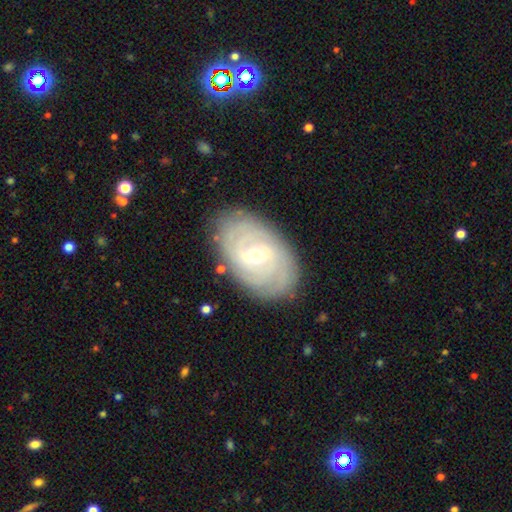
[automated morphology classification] Smooth or featured: featured or disk — 82% (smooth — 13%)
Edge-on disk: no — 95% (yes — 5%)
Bar: weak — 57% (no — 24%)
Spiral arms: yes — 92% (no — 8%)
Spiral winding: tight — 76% (medium — 19%)
Spiral arm count: can't tell — 41% (2 — 19%)
Bulge size: moderate — 52% (small — 45%)
Merging: none — 83% (minor disturbance — 12%)